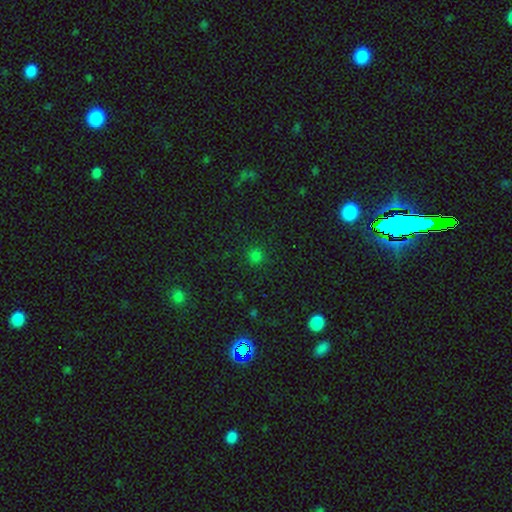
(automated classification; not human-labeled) smooth_or_featured: smooth (p=0.75) [alt: star or artifact p=0.21]
how_rounded: round (p=0.92) [alt: in between p=0.07]
merging: none (p=0.88) [alt: minor disturbance p=0.08]